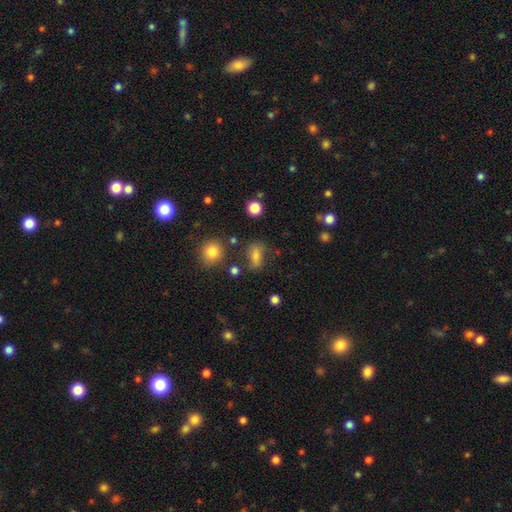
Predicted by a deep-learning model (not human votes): smooth_or_featured: smooth (p=0.65) [alt: featured or disk p=0.18]
how_rounded: in between (p=0.70) [alt: round p=0.22]
merging: none (p=0.65) [alt: minor disturbance p=0.20]